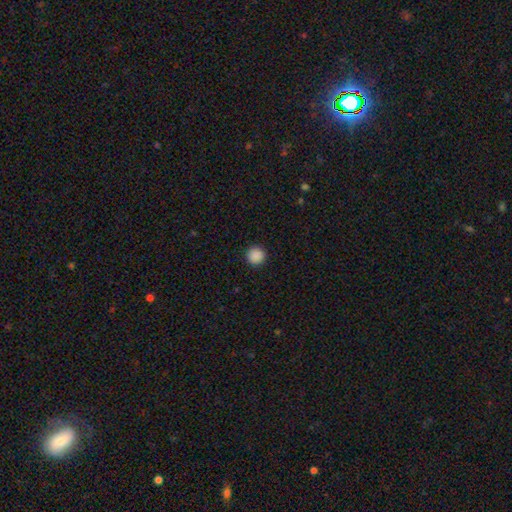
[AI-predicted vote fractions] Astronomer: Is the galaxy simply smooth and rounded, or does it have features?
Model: smooth — 89%.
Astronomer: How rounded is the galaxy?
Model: round — 96%.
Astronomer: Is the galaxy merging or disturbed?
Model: none — 93%.